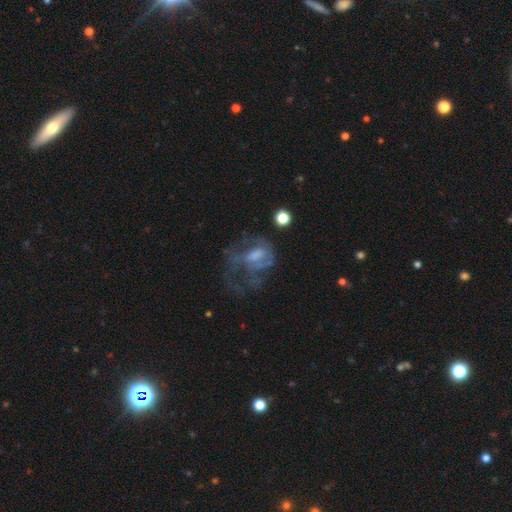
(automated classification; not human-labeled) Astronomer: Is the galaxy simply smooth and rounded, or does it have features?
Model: featured or disk — 64%.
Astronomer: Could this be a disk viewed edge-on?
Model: no — 96%.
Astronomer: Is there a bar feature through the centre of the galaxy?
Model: no — 57% (runner-up: weak, 35%).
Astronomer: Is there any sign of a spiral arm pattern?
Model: no — 50%, tied with yes at 50%.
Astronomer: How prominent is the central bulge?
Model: moderate — 37% (runner-up: none, 26%).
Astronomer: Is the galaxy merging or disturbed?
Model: major disturbance — 47% (runner-up: none, 32%).